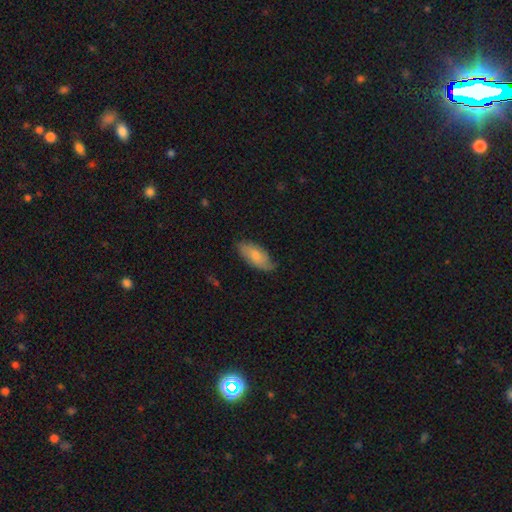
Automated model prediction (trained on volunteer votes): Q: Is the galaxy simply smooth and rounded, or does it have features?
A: smooth — 64%.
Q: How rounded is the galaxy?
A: in between — 86%.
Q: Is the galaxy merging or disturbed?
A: none — 71%.